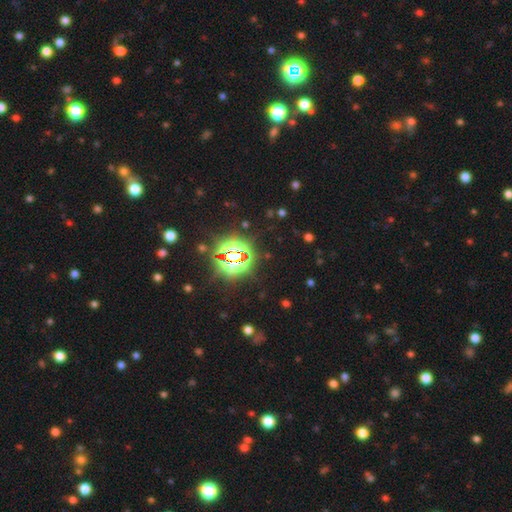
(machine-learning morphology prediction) Smooth or featured? star or artifact (81%)